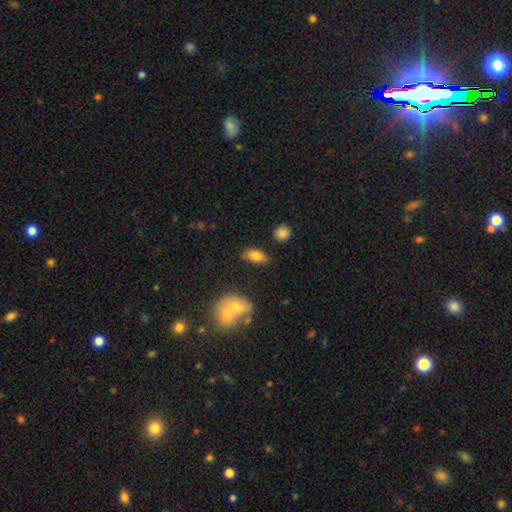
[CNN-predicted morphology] smooth-or-featured: smooth: 81% | featured or disk: 11% | star or artifact: 8%
  how-rounded: in between: 89% | round: 6% | cigar-shaped: 5%
  merging: none: 76% | minor disturbance: 14% | merger: 7% | major disturbance: 4%